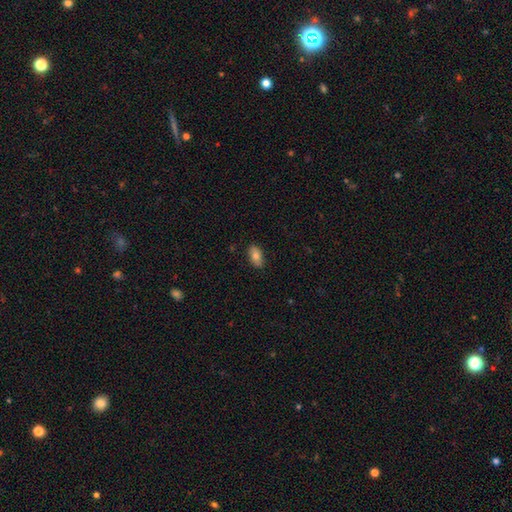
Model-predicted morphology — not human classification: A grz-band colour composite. It shows a smooth galaxy with no disk features (78%) that is in between round and cigar-shaped (92%). Merging: none (86%).